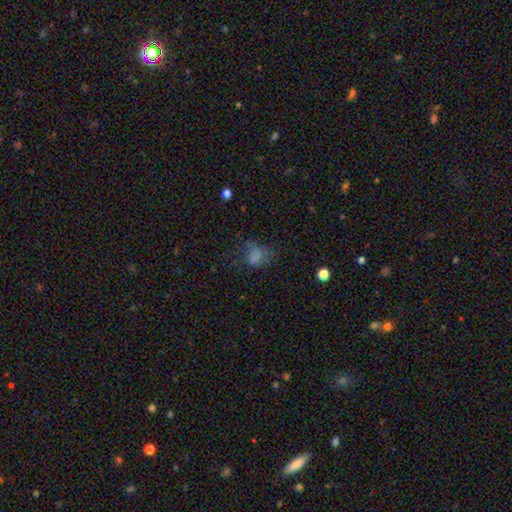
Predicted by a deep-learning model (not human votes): Smooth or featured: smooth — 66% (featured or disk — 17%)
How rounded: in between — 63% (round — 35%)
Merging: major disturbance — 37% (none — 36%)